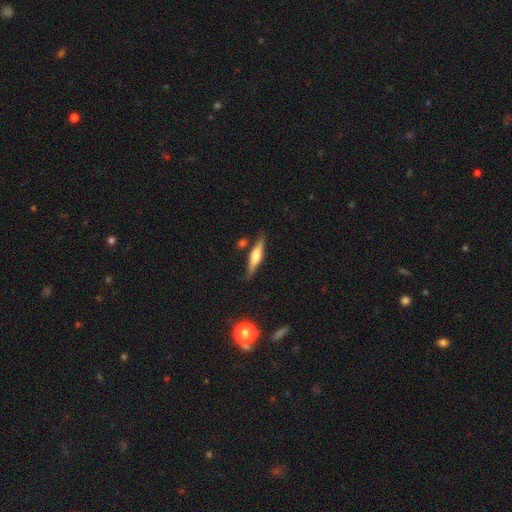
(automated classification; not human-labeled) A featured or disk galaxy (56%) viewed edge-on (95%) with a rounded central bulge (77%).

Vote fractions:
- Smooth or featured? featured or disk: 56% / smooth: 38% / star or artifact: 7%
- Edge-on disk? yes: 95% / no: 5%
- Edge-on bulge? rounded: 77% / boxy: 16% / none: 6%
- Merging? none: 80% / minor disturbance: 12% / merger: 5% / major disturbance: 3%